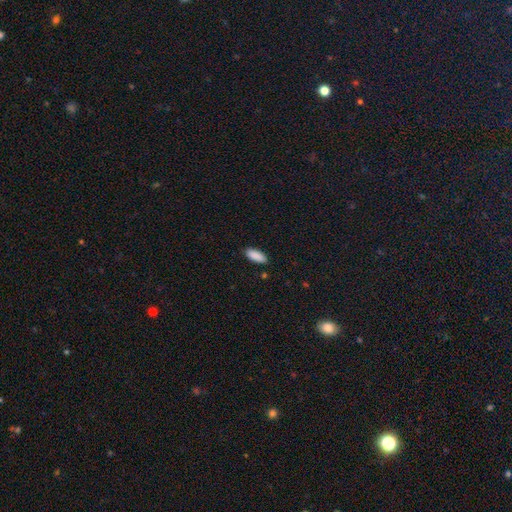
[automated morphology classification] The model was most divided on "how rounded": in between: 80%, cigar-shaped: 18%, round: 2%. More confident: smooth or featured — smooth (90%); merging — none (88%).